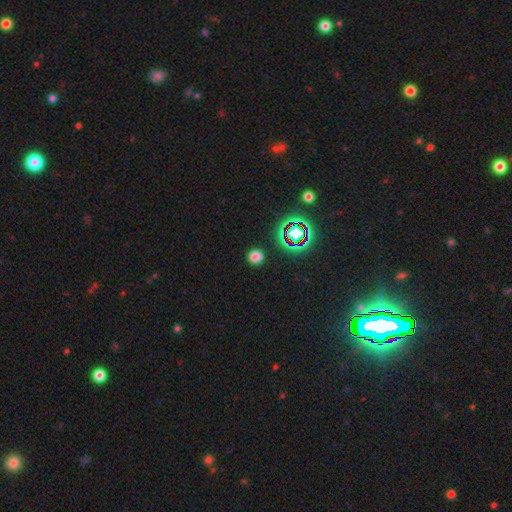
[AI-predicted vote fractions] smooth 72%, star or artifact 22%, featured or disk 6%. Down the decision tree: how rounded — round (77%); merging — none (88%).